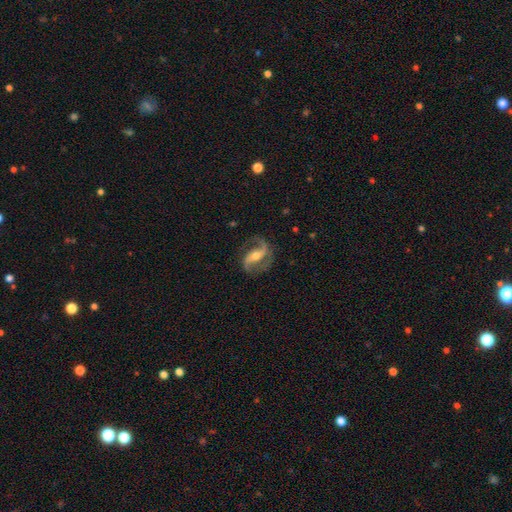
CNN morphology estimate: A featured or disk galaxy (90%) with a strong bar (45%), 2 (92%) medium (47%) spiral arms (97%) and a moderate central bulge (61%).

Vote fractions:
- Smooth or featured? featured or disk: 90% / smooth: 5% / star or artifact: 5%
- Edge-on disk? no: 96% / yes: 4%
- Bar? strong: 45% / weak: 32% / no: 23%
- Spiral arms? yes: 97% / no: 3%
- Spiral winding? medium: 47% / loose: 39% / tight: 13%
- Spiral arm count? 2: 92% / 1: 3% / can't tell: 2% / 3: 1% / 4: 1% / more than 4: 1%
- Bulge size? moderate: 61% / small: 33% / large: 4% / none: 1% / dominant: 1%
- Merging? none: 79% / minor disturbance: 13% / major disturbance: 7% / merger: 1%